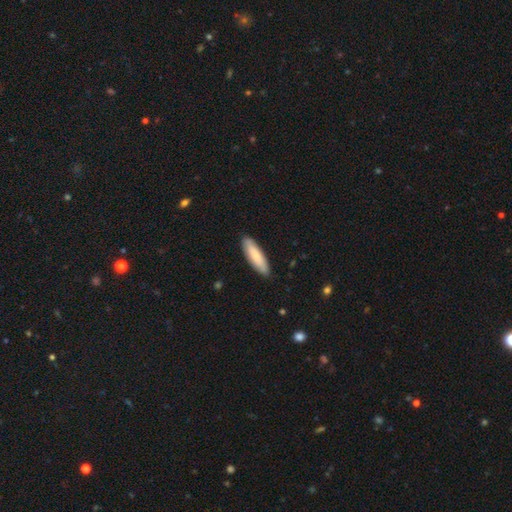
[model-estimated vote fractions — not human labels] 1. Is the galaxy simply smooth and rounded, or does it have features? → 76% smooth, 19% featured or disk, 5% star or artifact.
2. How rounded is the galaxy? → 56% cigar-shaped, 42% in between, 1% round.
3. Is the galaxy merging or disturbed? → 88% none, 10% minor disturbance, 2% major disturbance, 1% merger.